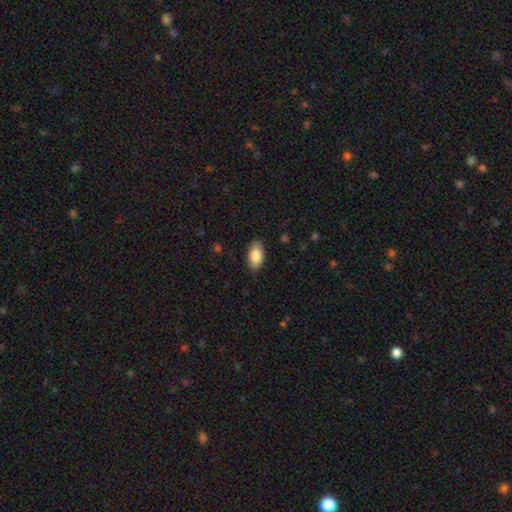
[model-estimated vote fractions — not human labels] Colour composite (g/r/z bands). It shows a smooth galaxy with no disk features (86%) that is in between round and cigar-shaped (94%). Merging: none (87%).